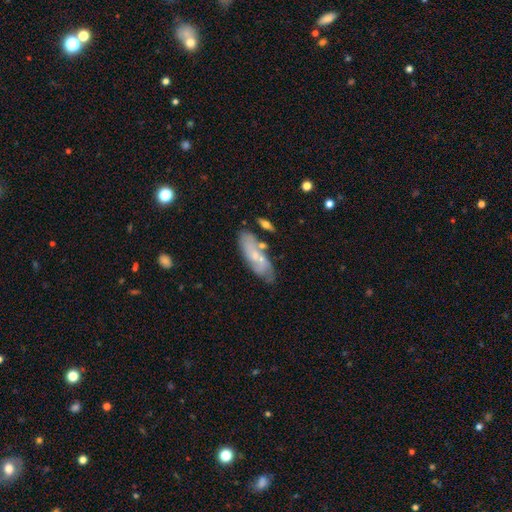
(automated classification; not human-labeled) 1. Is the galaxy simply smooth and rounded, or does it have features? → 47% featured or disk, 46% smooth, 7% star or artifact.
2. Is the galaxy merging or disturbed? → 60% none, 21% minor disturbance, 13% merger, 6% major disturbance.